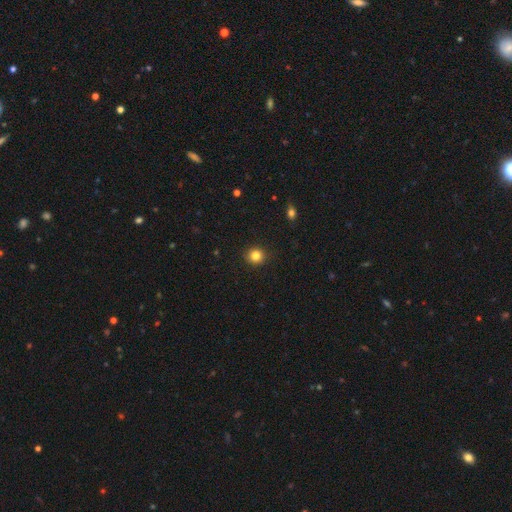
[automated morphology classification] A smooth galaxy with no disk features (83%) that is round (90%). Merging: none (92%).